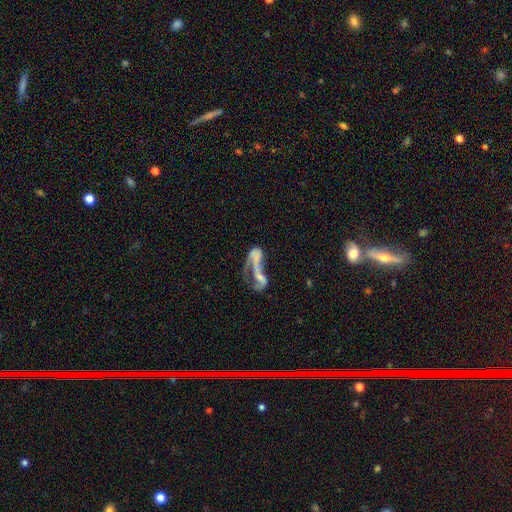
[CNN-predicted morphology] This is likely a featured or disk galaxy (61%). It is clearly not viewed edge-on (94%). Bar: likely no (68%). Spiral arm pattern: possibly no (54%). Central bulge: possibly none (57%). Merging: possibly merger (49%).